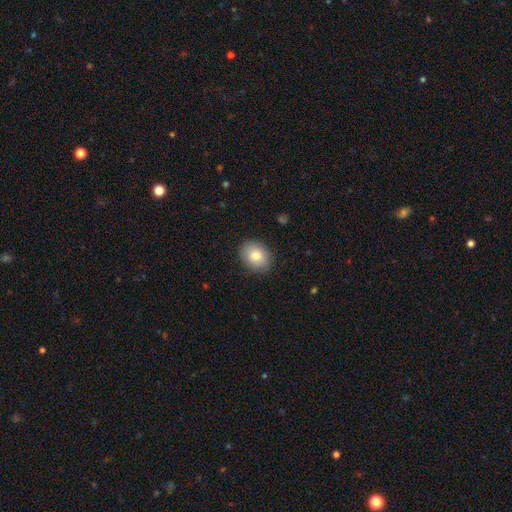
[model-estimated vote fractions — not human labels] Smooth or featured? smooth (83%)
How rounded? in between (56%)
Merging? none (87%)